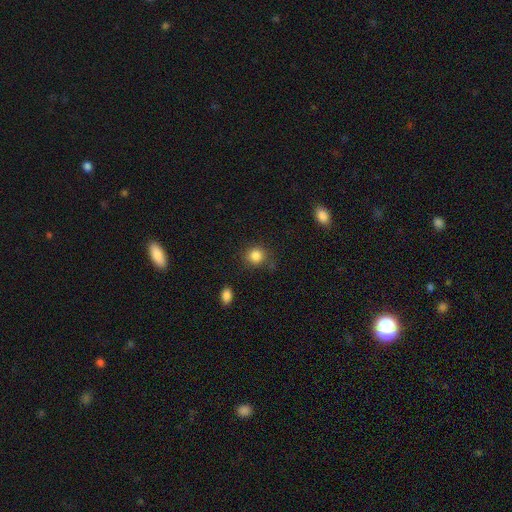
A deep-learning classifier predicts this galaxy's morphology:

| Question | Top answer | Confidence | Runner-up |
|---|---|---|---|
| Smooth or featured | smooth | 85% | star or artifact (10%) |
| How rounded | round | 84% | in between (15%) |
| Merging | none | 80% | minor disturbance (12%) |